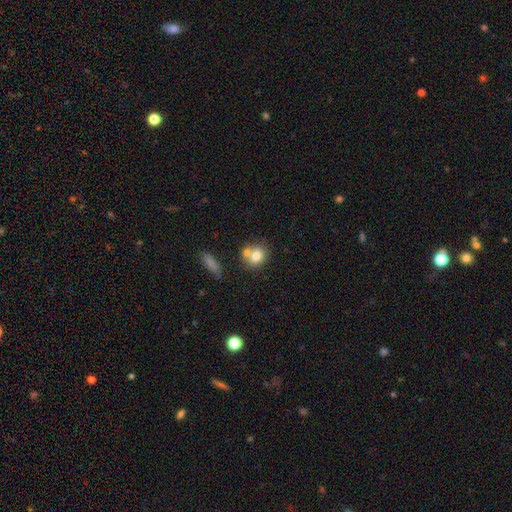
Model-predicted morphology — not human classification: smooth-or-featured: smooth: 75% | featured or disk: 15% | star or artifact: 10%
  how-rounded: round: 69% | in between: 30% | cigar-shaped: 1%
  merging: none: 46% | merger: 40% | minor disturbance: 10% | major disturbance: 4%